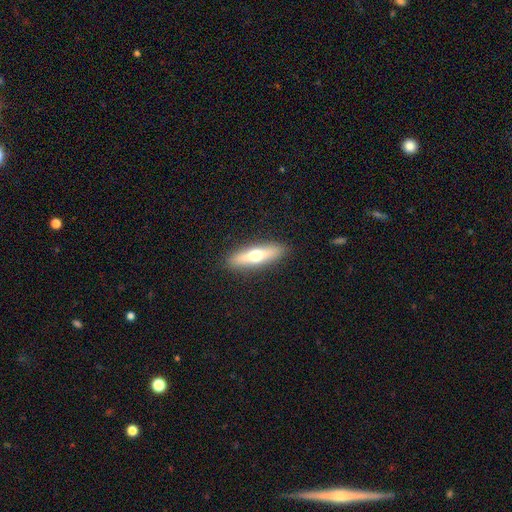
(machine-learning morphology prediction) This appears to be a smooth galaxy with no disk features (50%) that is cigar-shaped (70%). Merging: none (90%).